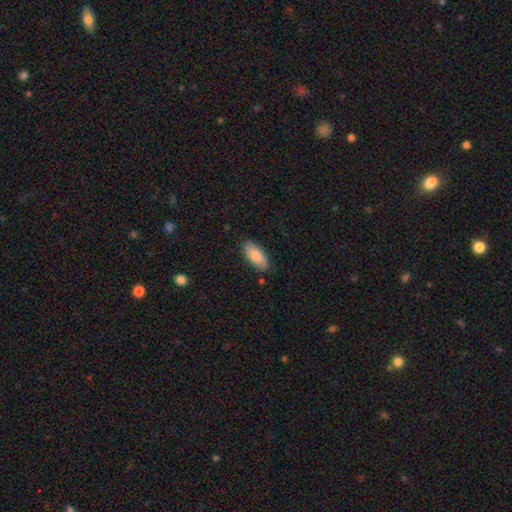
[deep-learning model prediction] smooth-or-featured: smooth: 84% | featured or disk: 10% | star or artifact: 6%
  how-rounded: in between: 86% | cigar-shaped: 12% | round: 2%
  merging: none: 80% | minor disturbance: 15% | major disturbance: 3% | merger: 2%